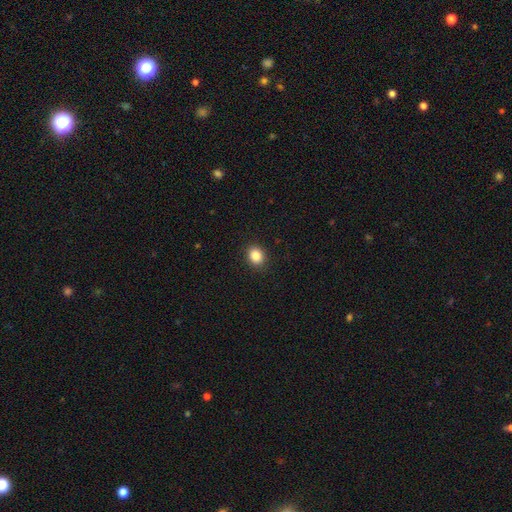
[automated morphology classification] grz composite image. It shows a smooth galaxy with no disk features (87%) that is round (63%). Merging: none (90%).